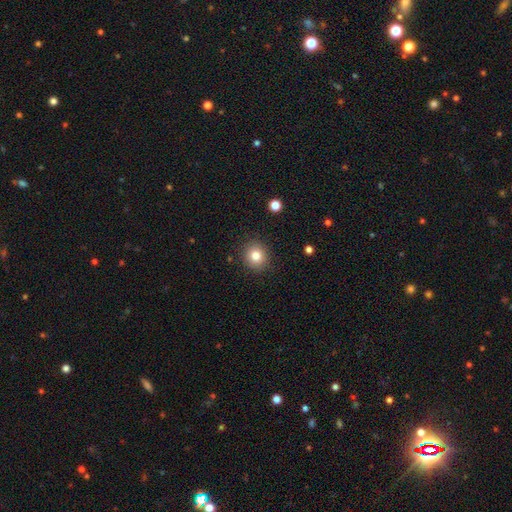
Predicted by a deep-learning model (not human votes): Smooth or featured: smooth — 81% (star or artifact — 11%)
How rounded: round — 82% (in between — 17%)
Merging: none — 89% (minor disturbance — 7%)